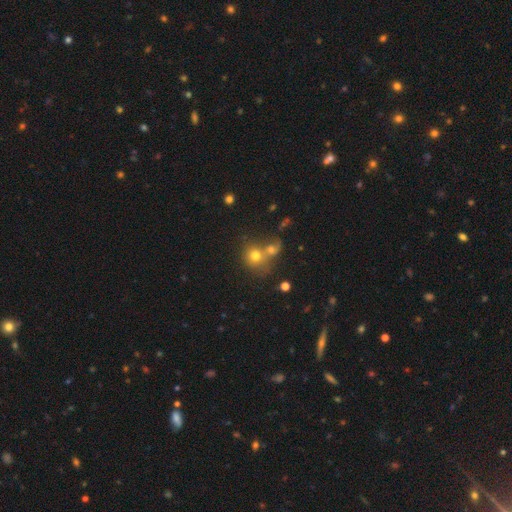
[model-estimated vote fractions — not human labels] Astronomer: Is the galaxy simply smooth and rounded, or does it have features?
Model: smooth — 72%.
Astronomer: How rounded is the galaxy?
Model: round — 77%.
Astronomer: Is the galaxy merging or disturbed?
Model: merger — 49% (runner-up: none, 37%).